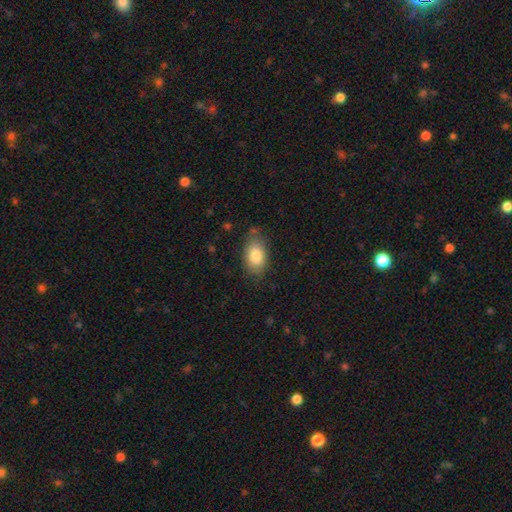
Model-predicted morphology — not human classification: smooth-or-featured: smooth: 83% | featured or disk: 10% | star or artifact: 7%
  how-rounded: in between: 90% | round: 8% | cigar-shaped: 2%
  merging: none: 75% | minor disturbance: 19% | major disturbance: 4% | merger: 2%